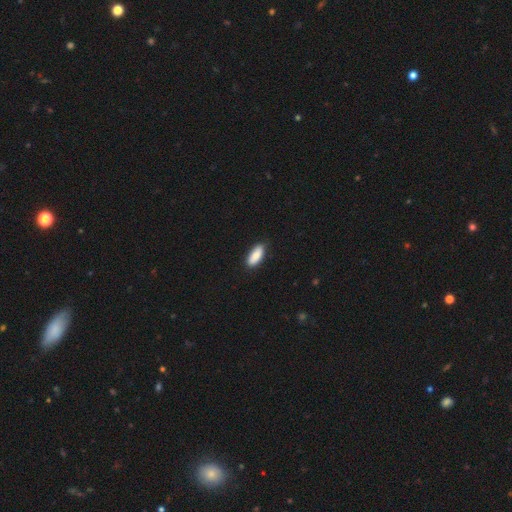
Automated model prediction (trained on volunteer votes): Q: Smooth or featured?
A: smooth (86%); runner-up: featured or disk (8%)
Q: How rounded?
A: in between (78%); runner-up: cigar-shaped (20%)
Q: Merging?
A: none (84%); runner-up: minor disturbance (12%)